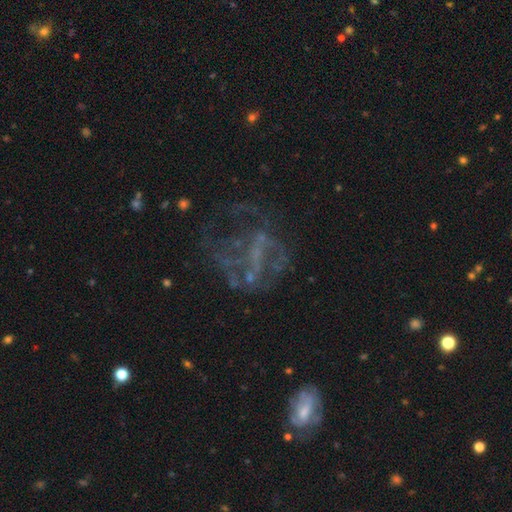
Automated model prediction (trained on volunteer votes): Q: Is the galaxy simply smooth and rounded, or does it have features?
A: featured or disk — 59%.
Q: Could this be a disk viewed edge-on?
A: no — 97%.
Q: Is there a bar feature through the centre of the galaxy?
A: no — 65%.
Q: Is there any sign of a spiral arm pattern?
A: no — 70%.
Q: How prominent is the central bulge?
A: none — 72%.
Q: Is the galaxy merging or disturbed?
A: none — 42%.